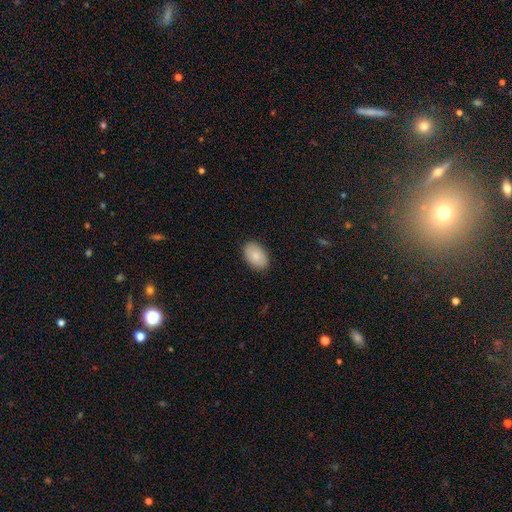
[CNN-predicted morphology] Smooth or featured?
  - smooth: 87% *
  - featured or disk: 7%
  - star or artifact: 6%
How rounded?
  - in between: 88% *
  - round: 11%
  - cigar-shaped: 1%
Merging?
  - none: 88% *
  - minor disturbance: 9%
  - major disturbance: 2%
  - merger: 1%